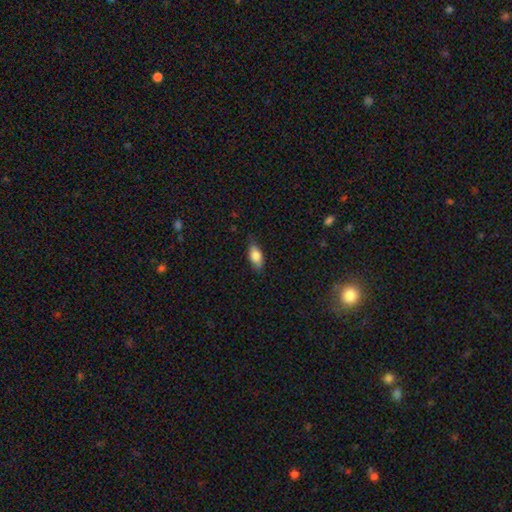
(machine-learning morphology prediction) smooth-or-featured: smooth: 81% | featured or disk: 12% | star or artifact: 7%
  how-rounded: in between: 87% | cigar-shaped: 9% | round: 4%
  merging: none: 78% | minor disturbance: 18% | major disturbance: 3% | merger: 1%